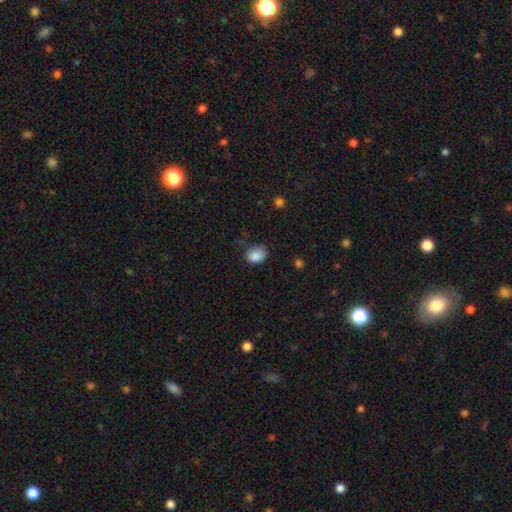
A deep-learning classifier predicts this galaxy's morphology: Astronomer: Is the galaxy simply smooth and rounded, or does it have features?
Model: smooth — 86%.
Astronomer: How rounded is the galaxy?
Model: in between — 51% (runner-up: round, 48%).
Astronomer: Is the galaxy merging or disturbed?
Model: none — 63%.